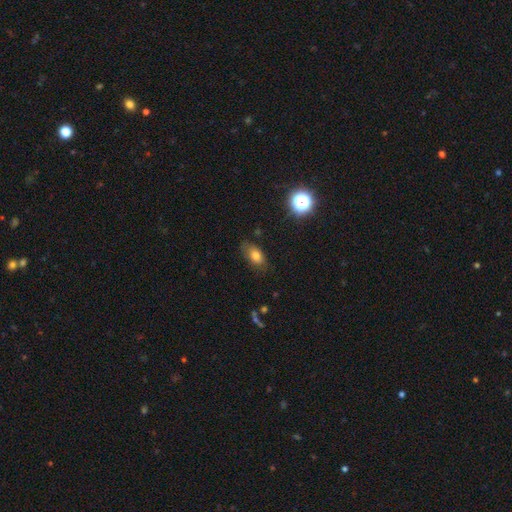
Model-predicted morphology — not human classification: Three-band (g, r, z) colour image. It shows a smooth galaxy with no disk features (72%) that is in between round and cigar-shaped (87%). Merging: none (69%).